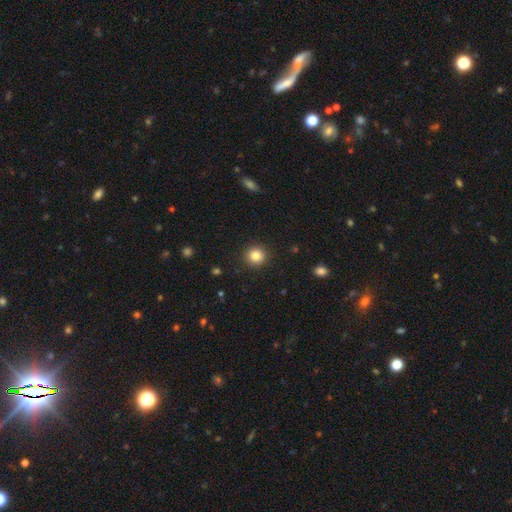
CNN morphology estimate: smooth-or-featured: smooth: 84% | star or artifact: 11% | featured or disk: 6%
  how-rounded: round: 92% | in between: 7% | cigar-shaped: 1%
  merging: none: 92% | minor disturbance: 5% | major disturbance: 2% | merger: 1%